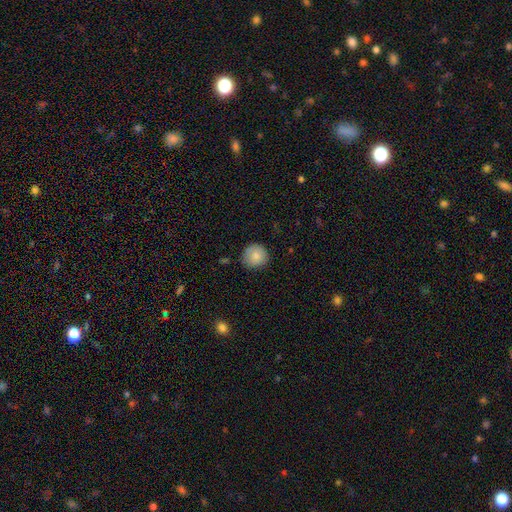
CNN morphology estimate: Smooth or featured: smooth — 85% (star or artifact — 8%)
How rounded: round — 93% (in between — 6%)
Merging: none — 84% (minor disturbance — 13%)